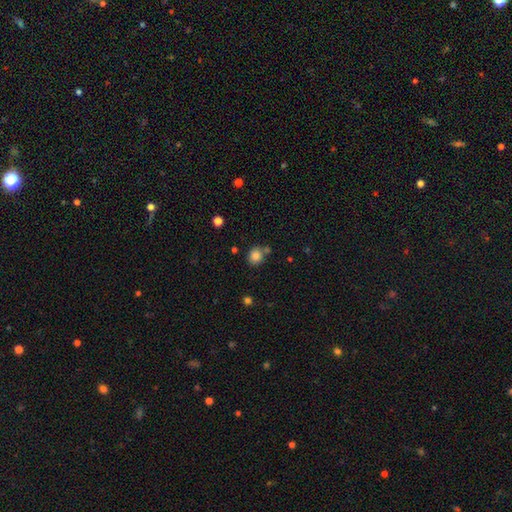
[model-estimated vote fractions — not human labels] Smooth or featured? Predicted: smooth (p=0.82). How rounded? Predicted: round (p=0.82). Merging? Predicted: none (p=0.70).